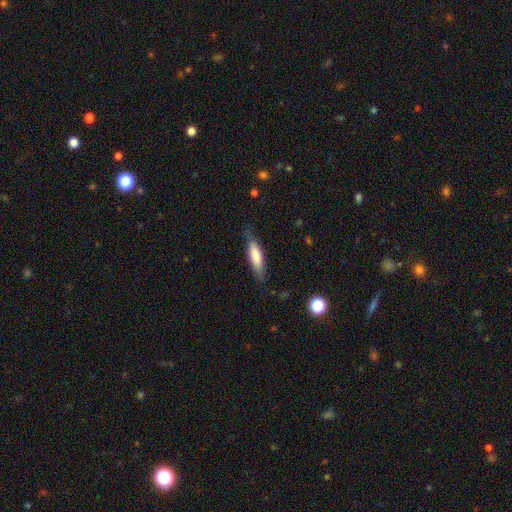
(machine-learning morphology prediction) A smooth galaxy with no disk features (71%) that is cigar-shaped (69%).

Vote fractions:
- Smooth or featured? smooth: 71% / featured or disk: 23% / star or artifact: 6%
- How rounded? cigar-shaped: 69% / in between: 29% / round: 1%
- Merging? none: 76% / minor disturbance: 18% / major disturbance: 4% / merger: 1%